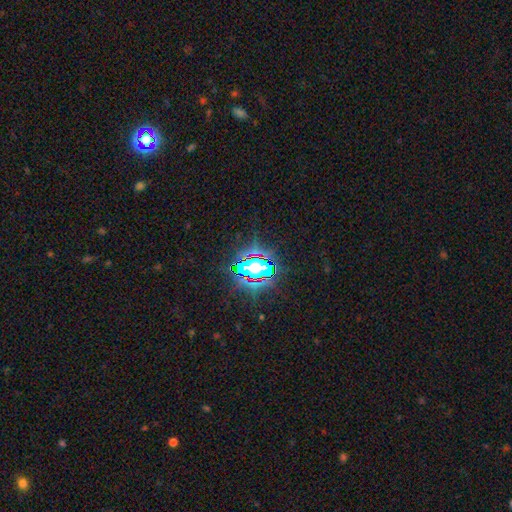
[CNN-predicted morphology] This appears to be a star or artifact, not a galaxy (80%).